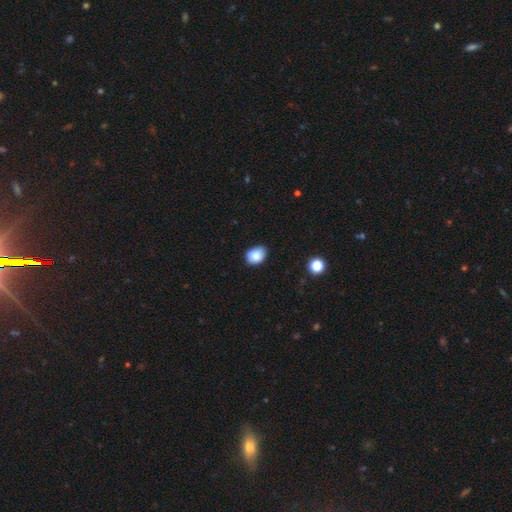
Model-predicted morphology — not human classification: smooth-or-featured: smooth: 86% | star or artifact: 9% | featured or disk: 5%
  how-rounded: in between: 66% | round: 33% | cigar-shaped: 1%
  merging: none: 77% | minor disturbance: 19% | major disturbance: 2% | merger: 1%